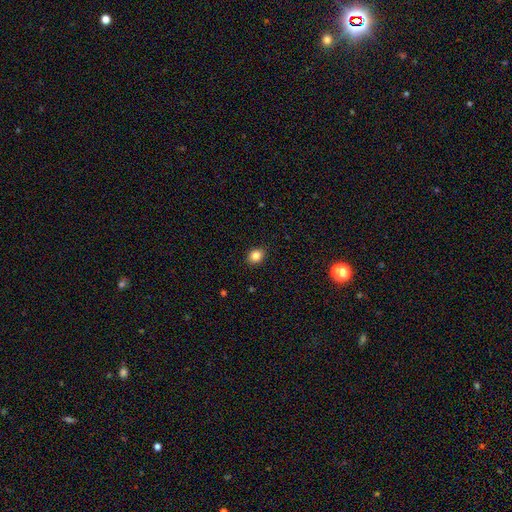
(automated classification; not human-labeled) Smooth or featured? smooth (84%)
How rounded? round (55%)
Merging? none (90%)